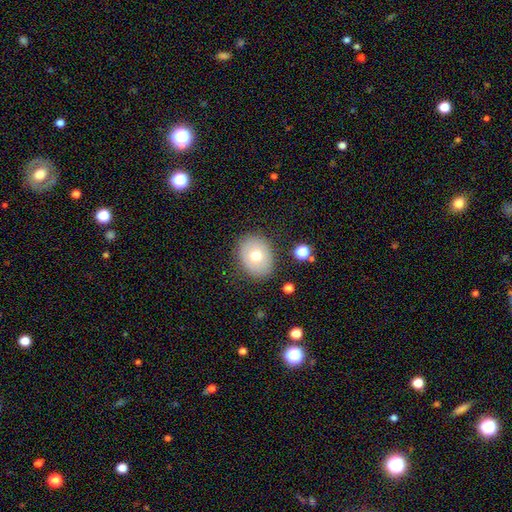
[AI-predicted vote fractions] smooth_or_featured: smooth (p=0.69) [alt: featured or disk p=0.22]
how_rounded: in between (p=0.54) [alt: round p=0.45]
merging: none (p=0.83) [alt: minor disturbance p=0.12]